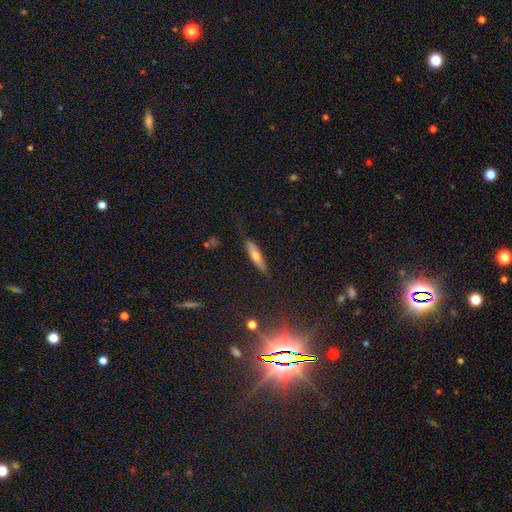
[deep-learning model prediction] smooth 54%, featured or disk 37%, star or artifact 8%. Down the decision tree: how rounded — cigar-shaped (80%); merging — none (82%).